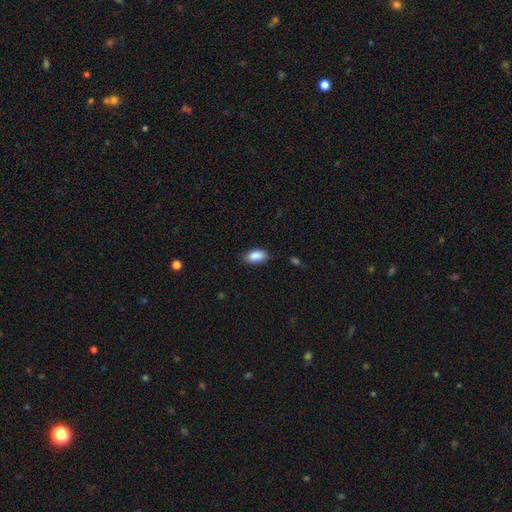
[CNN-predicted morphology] Smooth or featured: smooth — 89% (star or artifact — 7%)
How rounded: in between — 93% (cigar-shaped — 4%)
Merging: none — 83% (minor disturbance — 13%)